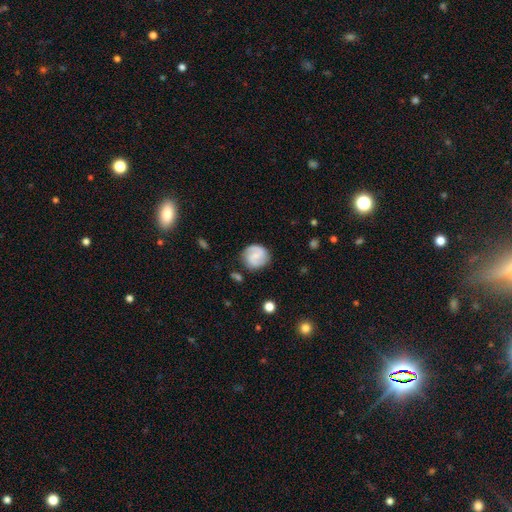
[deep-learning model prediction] Q: Smooth or featured?
A: featured or disk (62%); runner-up: smooth (31%)
Q: Edge-on disk?
A: no (98%); runner-up: yes (2%)
Q: Bar?
A: weak (48%); runner-up: no (38%)
Q: Spiral arms?
A: yes (91%); runner-up: no (9%)
Q: Spiral winding?
A: medium (45%); runner-up: tight (34%)
Q: Spiral arm count?
A: 2 (84%); runner-up: can't tell (8%)
Q: Bulge size?
A: small (54%); runner-up: moderate (23%)
Q: Merging?
A: none (79%); runner-up: minor disturbance (14%)